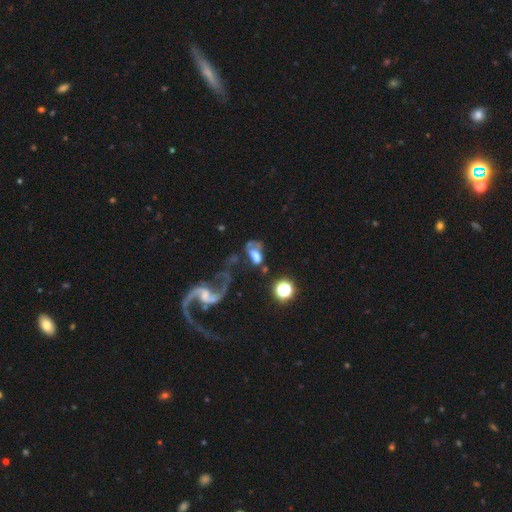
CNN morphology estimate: Smooth or featured?
  - featured or disk: 44% *
  - smooth: 41%
  - star or artifact: 14%
Merging?
  - major disturbance: 41% *
  - none: 24%
  - merger: 20%
  - minor disturbance: 16%